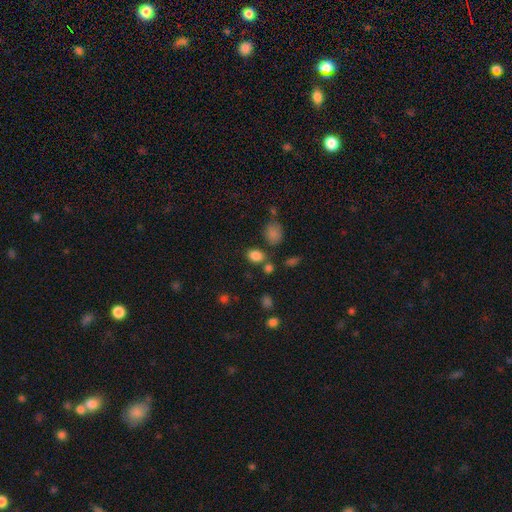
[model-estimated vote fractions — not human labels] A smooth galaxy with no disk features (82%) that is in between round and cigar-shaped (71%).

Vote fractions:
- Smooth or featured? smooth: 82% / star or artifact: 13% / featured or disk: 5%
- How rounded? in between: 71% / round: 28% / cigar-shaped: 1%
- Merging? none: 69% / merger: 13% / minor disturbance: 13% / major disturbance: 5%